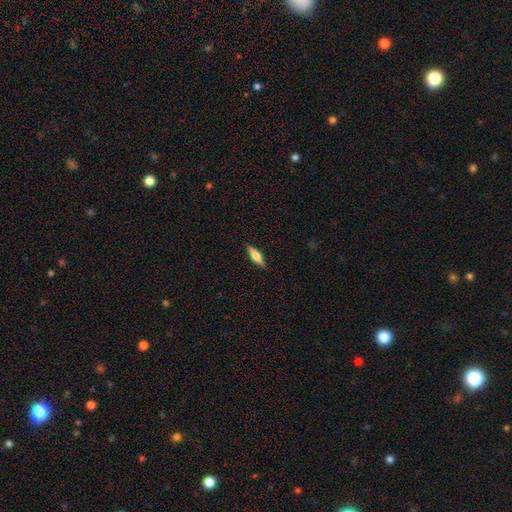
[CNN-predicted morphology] A featured or disk galaxy (55%) viewed edge-on (96%) with a rounded central bulge (88%). Merging: none (89%).